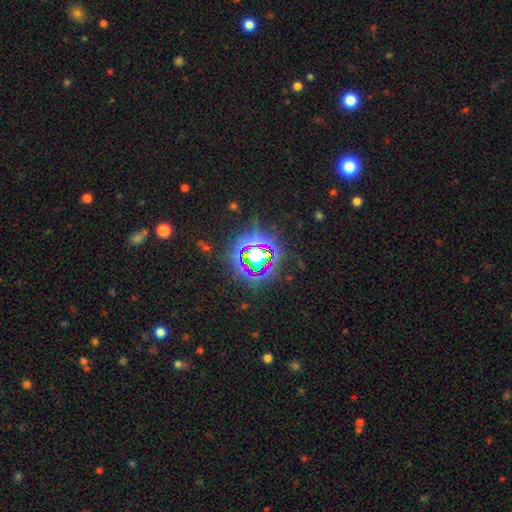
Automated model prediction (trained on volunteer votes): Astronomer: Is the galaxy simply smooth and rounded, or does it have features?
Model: star or artifact — 76%.